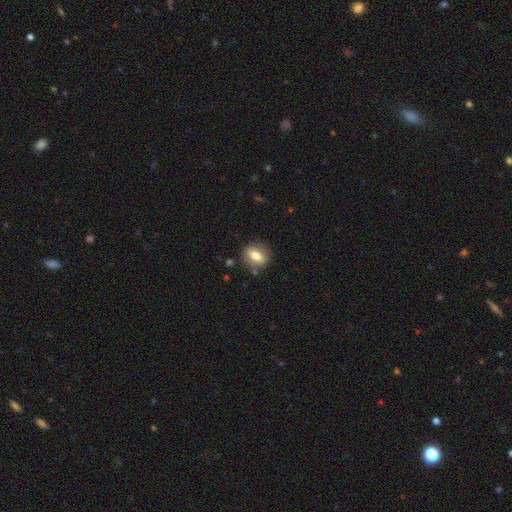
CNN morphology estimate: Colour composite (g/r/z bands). It shows a smooth galaxy with no disk features (65%) that is round (49%). Merging: none (84%).